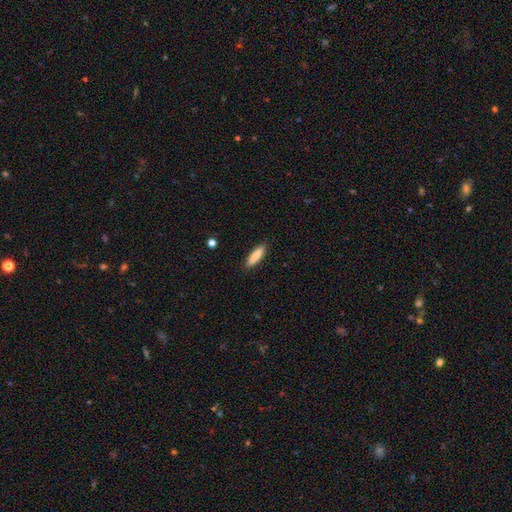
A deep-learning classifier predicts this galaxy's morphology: smooth_or_featured: smooth (p=0.86) [alt: featured or disk p=0.08]
how_rounded: cigar-shaped (p=0.71) [alt: in between p=0.27]
merging: none (p=0.90) [alt: minor disturbance p=0.07]